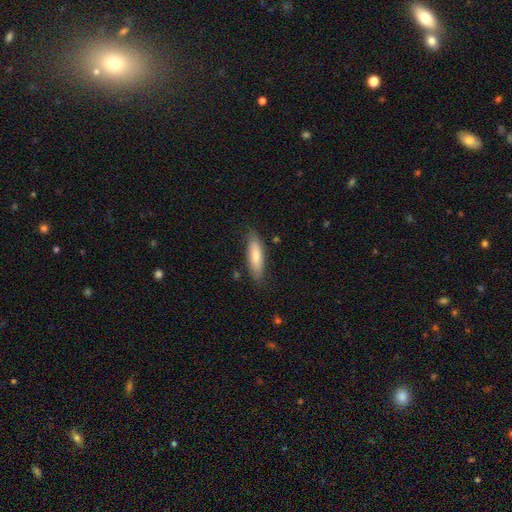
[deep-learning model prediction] Q: Smooth or featured?
A: smooth (73%); runner-up: featured or disk (21%)
Q: How rounded?
A: in between (51%); runner-up: cigar-shaped (48%)
Q: Merging?
A: none (78%); runner-up: minor disturbance (17%)